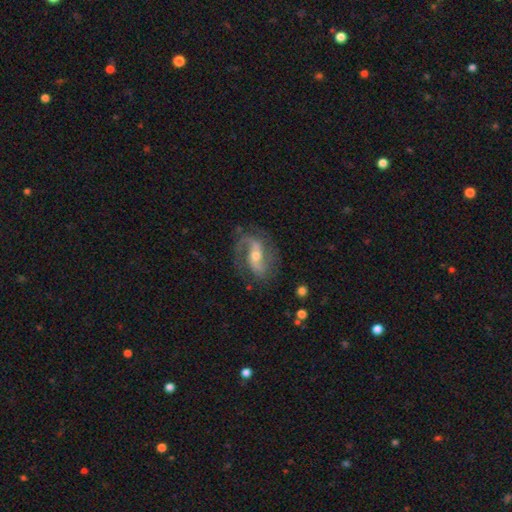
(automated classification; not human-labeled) smooth_or_featured: featured or disk (p=0.88) [alt: smooth p=0.06]
disk_edge_on: no (p=0.96) [alt: yes p=0.04]
bar: weak (p=0.38) [alt: no p=0.32]
has_spiral_arms: yes (p=0.96) [alt: no p=0.04]
spiral_winding: medium (p=0.46) [alt: loose p=0.39]
spiral_arm_count: 2 (p=0.87) [alt: 1 p=0.05]
bulge_size: moderate (p=0.54) [alt: small p=0.41]
merging: none (p=0.73) [alt: minor disturbance p=0.16]